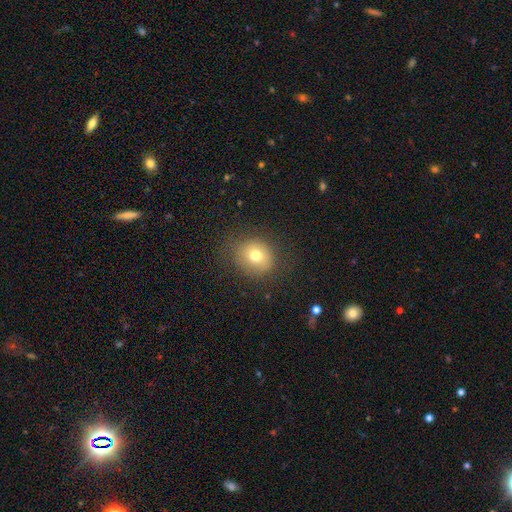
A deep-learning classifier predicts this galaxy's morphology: smooth 74%, featured or disk 14%, star or artifact 13%. Down the decision tree: how rounded — round (75%); merging — none (80%).